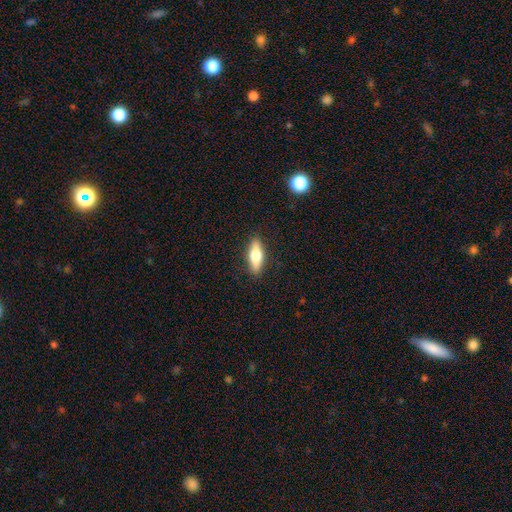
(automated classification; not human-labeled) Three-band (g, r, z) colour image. It shows a smooth galaxy with no disk features (60%) that is in between round and cigar-shaped (54%). Merging: none (89%).